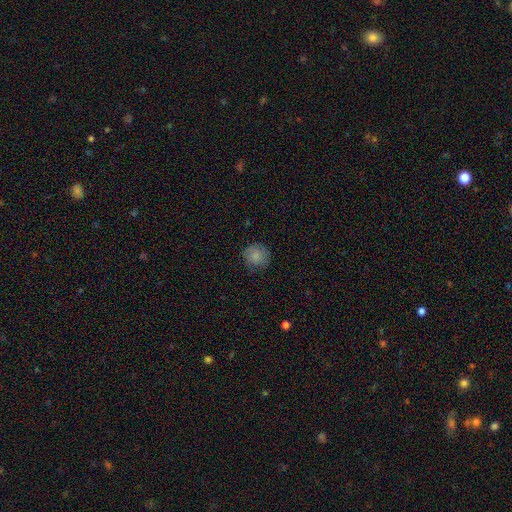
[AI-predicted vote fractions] Smooth or featured: smooth — 84% (star or artifact — 9%)
How rounded: round — 89% (in between — 10%)
Merging: none — 78% (minor disturbance — 17%)